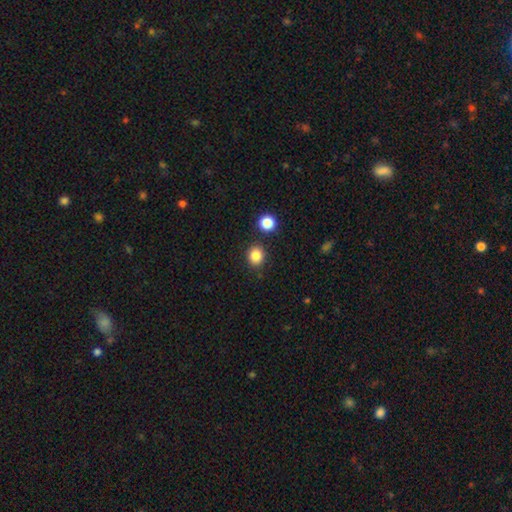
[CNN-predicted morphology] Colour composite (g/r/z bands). It shows a smooth galaxy with no disk features (85%) that is round (78%). Merging: none (85%).